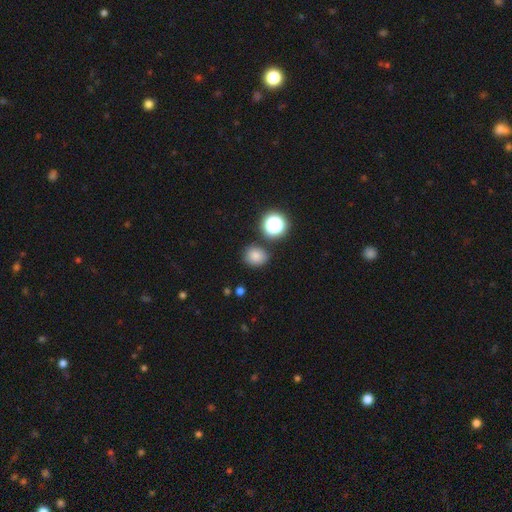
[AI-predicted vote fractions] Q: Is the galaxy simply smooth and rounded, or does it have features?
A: smooth — 79%.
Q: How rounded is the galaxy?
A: round — 64%.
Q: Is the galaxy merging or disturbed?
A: none — 80%.